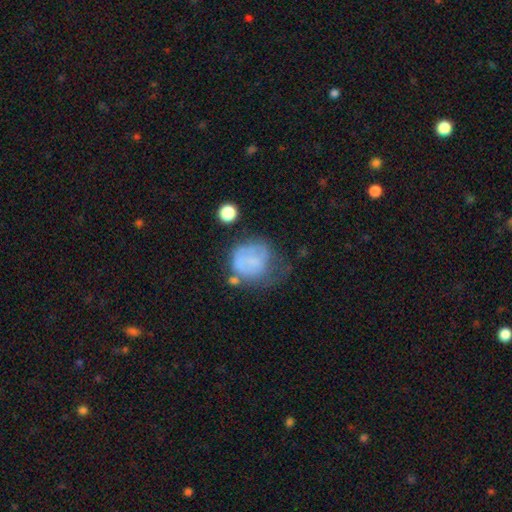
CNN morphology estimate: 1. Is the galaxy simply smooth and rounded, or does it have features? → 56% smooth, 33% featured or disk, 10% star or artifact.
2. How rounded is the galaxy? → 75% round, 24% in between, 1% cigar-shaped.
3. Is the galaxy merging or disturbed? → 36% major disturbance, 30% none, 27% minor disturbance, 8% merger.